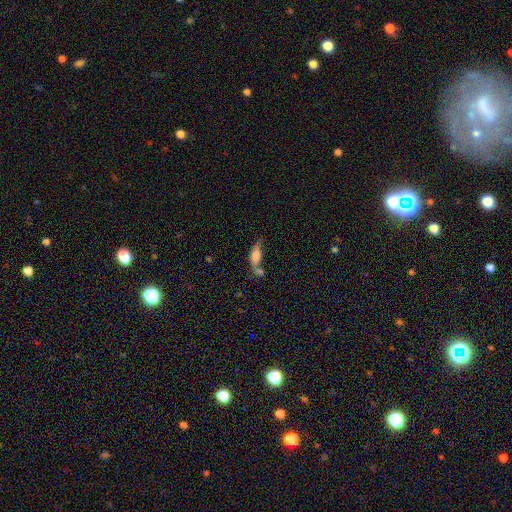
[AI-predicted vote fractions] Smooth or featured? smooth (71%)
How rounded? in between (62%)
Merging? none (37%)